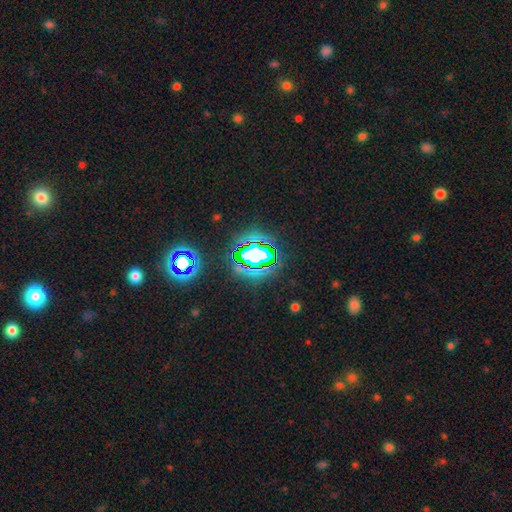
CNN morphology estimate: Smooth or featured: star or artifact — 68% (smooth — 20%)